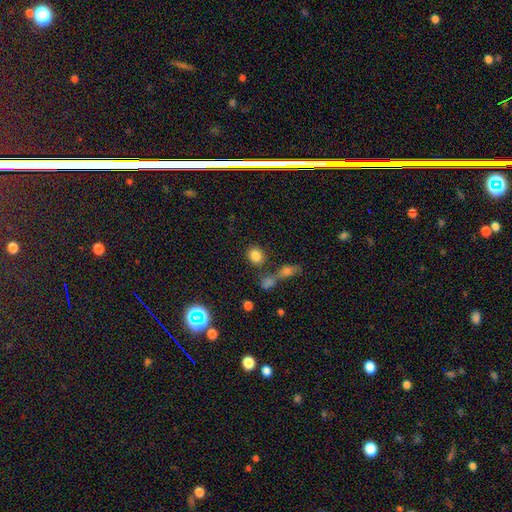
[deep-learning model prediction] The model was most divided on "how rounded": round: 58%, in between: 40%, cigar-shaped: 2%. More confident: smooth or featured — smooth (82%); merging — none (72%).